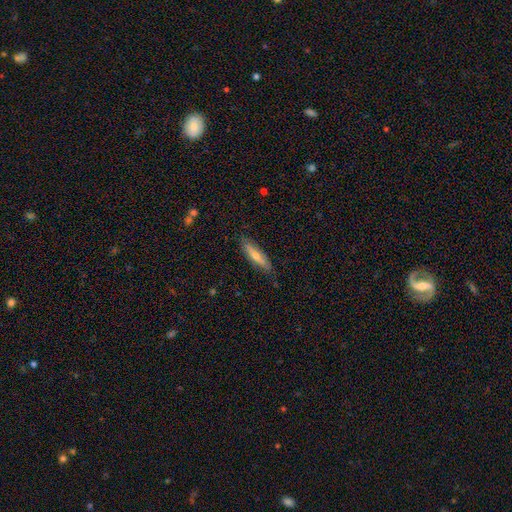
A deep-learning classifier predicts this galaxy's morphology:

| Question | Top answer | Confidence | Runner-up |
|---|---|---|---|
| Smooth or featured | smooth | 55% | featured or disk (39%) |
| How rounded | cigar-shaped | 68% | in between (31%) |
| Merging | none | 81% | minor disturbance (15%) |